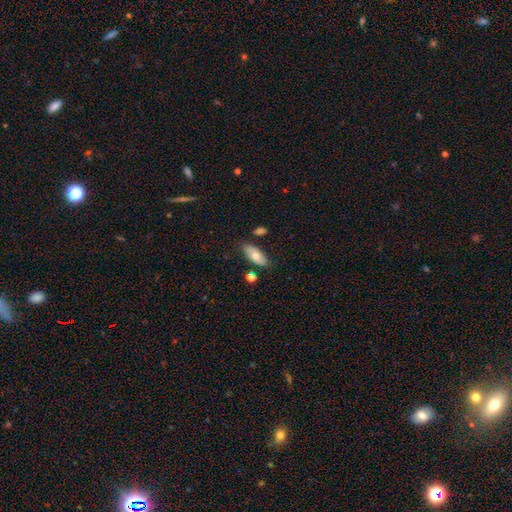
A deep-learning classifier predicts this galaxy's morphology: Smooth or featured? Predicted: smooth (p=0.70). How rounded? Predicted: in between (p=0.87). Merging? Predicted: none (p=0.78).